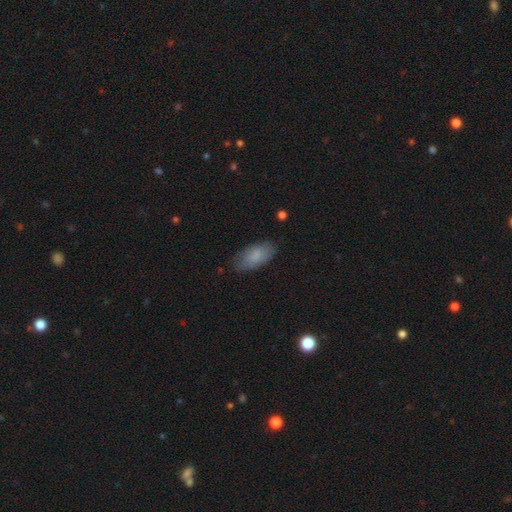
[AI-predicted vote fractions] smooth_or_featured: smooth (p=0.82) [alt: featured or disk p=0.11]
how_rounded: in between (p=0.92) [alt: cigar-shaped p=0.06]
merging: none (p=0.75) [alt: minor disturbance p=0.19]